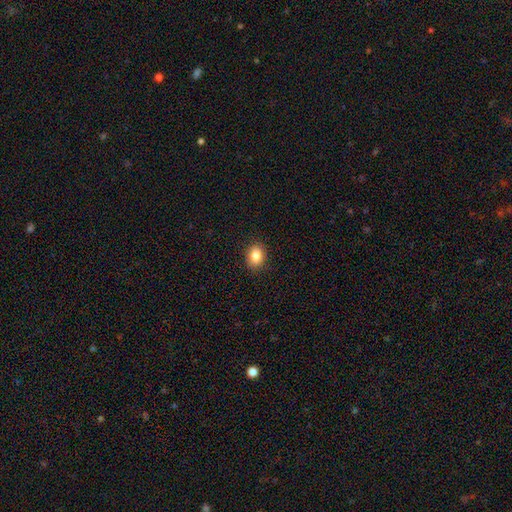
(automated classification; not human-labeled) This is clearly a smooth galaxy (85%). How rounded: likely in between (68%). Merging: clearly none (90%).